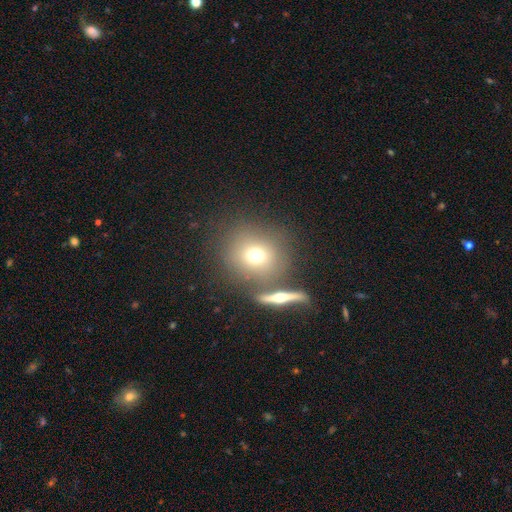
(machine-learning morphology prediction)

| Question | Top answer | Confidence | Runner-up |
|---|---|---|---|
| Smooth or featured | smooth | 67% | featured or disk (20%) |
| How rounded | round | 82% | in between (16%) |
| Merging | none | 70% | merger (15%) |